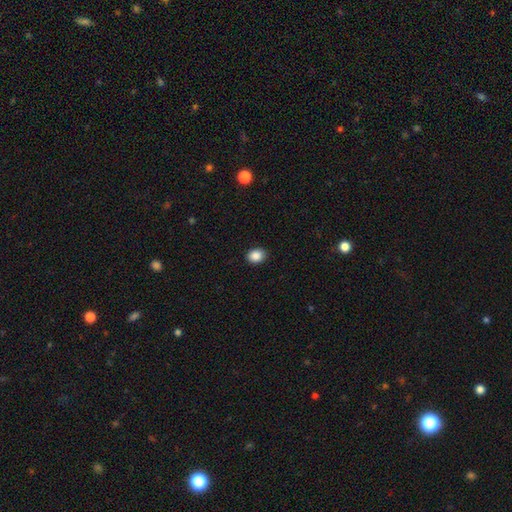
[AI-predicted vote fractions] smooth_or_featured: smooth (p=0.89) [alt: star or artifact p=0.09]
how_rounded: in between (p=0.51) [alt: round p=0.48]
merging: none (p=0.90) [alt: minor disturbance p=0.07]